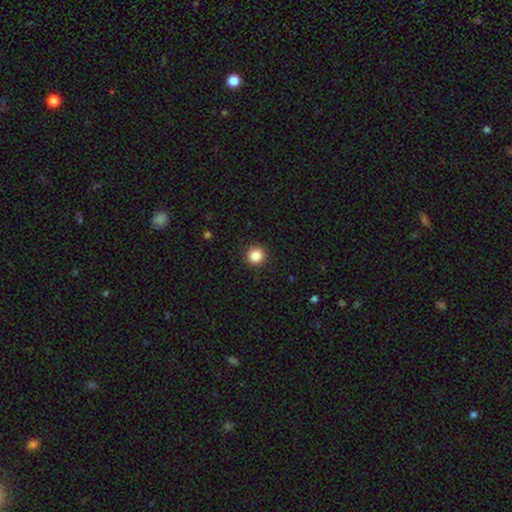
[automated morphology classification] type=smooth (86%); roundness=round (93%); merging=none (92%).